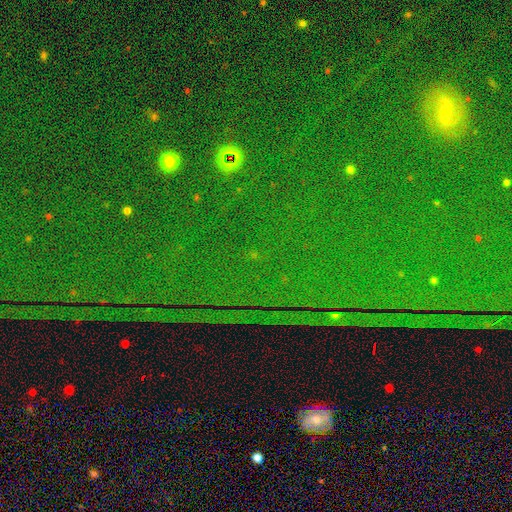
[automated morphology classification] A star or artifact, not a galaxy (84%).

Vote fractions:
- Smooth or featured? star or artifact: 84% / smooth: 9% / featured or disk: 8%